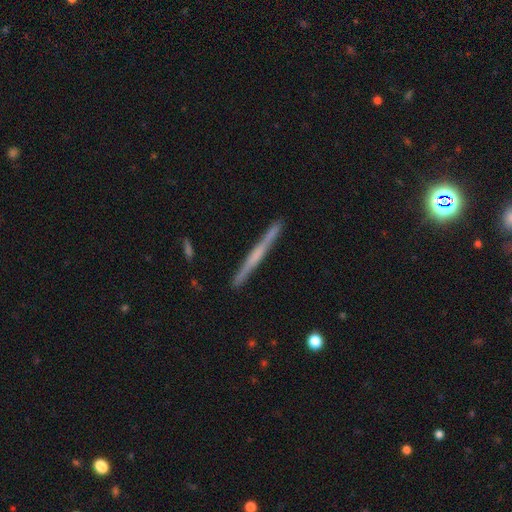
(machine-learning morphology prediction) A featured or disk galaxy (58%) viewed edge-on (98%) with no central bulge (65%).

Vote fractions:
- Smooth or featured? featured or disk: 58% / smooth: 37% / star or artifact: 6%
- Edge-on disk? yes: 98% / no: 2%
- Edge-on bulge? none: 65% / rounded: 22% / boxy: 13%
- Merging? none: 91% / minor disturbance: 7% / major disturbance: 1% / merger: 1%